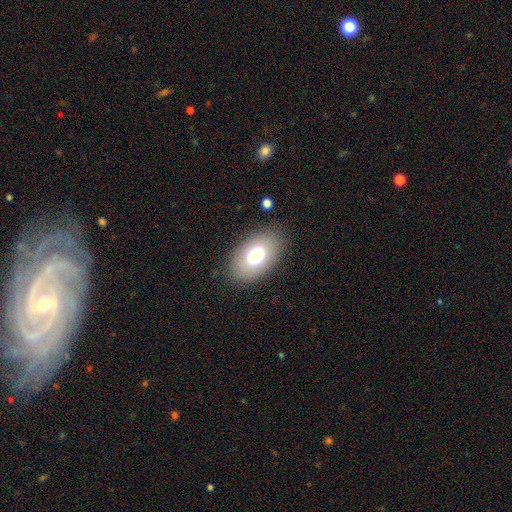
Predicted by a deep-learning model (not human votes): Smooth or featured: smooth — 75% (featured or disk — 16%)
How rounded: in between — 91% (round — 7%)
Merging: none — 84% (minor disturbance — 11%)